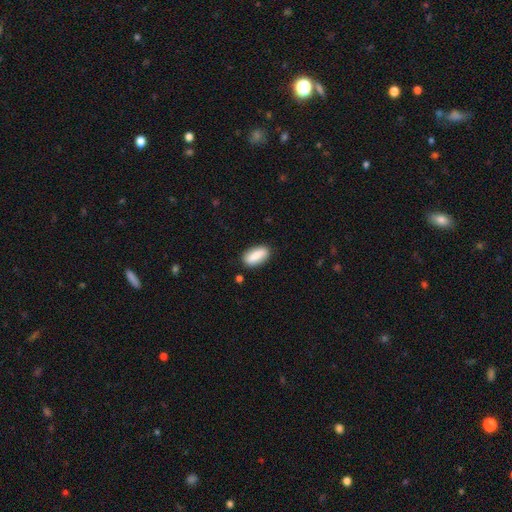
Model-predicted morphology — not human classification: Smooth or featured? smooth (83%)
How rounded? in between (84%)
Merging? none (84%)